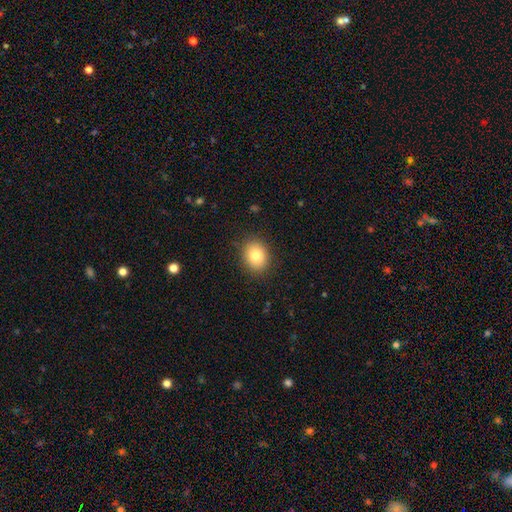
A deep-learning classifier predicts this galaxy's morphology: The model was most divided on "how rounded": round: 53%, in between: 46%, cigar-shaped: 1%. More confident: merging — none (87%); smooth or featured — smooth (82%).